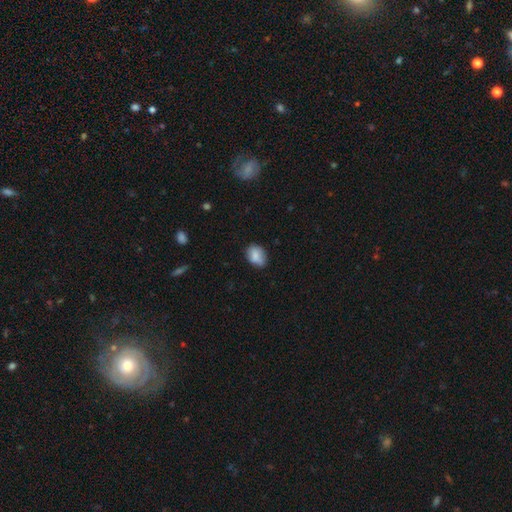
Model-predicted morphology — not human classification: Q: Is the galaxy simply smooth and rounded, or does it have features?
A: smooth — 80%.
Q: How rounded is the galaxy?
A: in between — 68%.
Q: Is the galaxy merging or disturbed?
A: none — 66%.